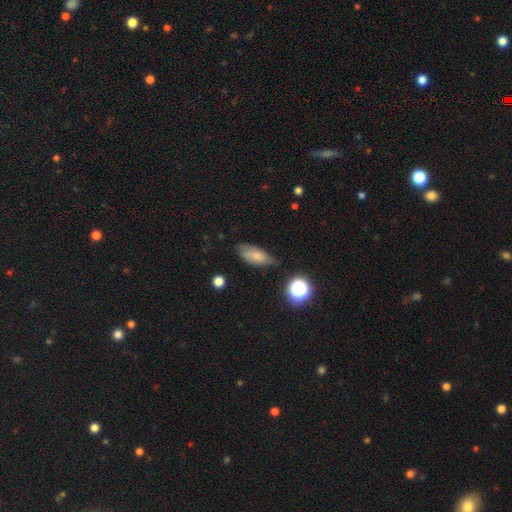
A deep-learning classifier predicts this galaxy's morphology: This is likely a smooth galaxy (69%). How rounded: clearly in between (84%). Merging: possibly none (59%).